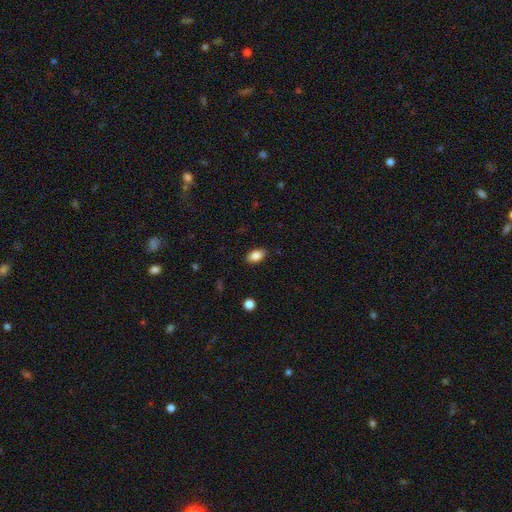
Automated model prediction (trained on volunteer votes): The model was most divided on "merging": none: 87%, minor disturbance: 9%, major disturbance: 2%, merger: 1%. More confident: how rounded — in between (91%); smooth or featured — smooth (87%).